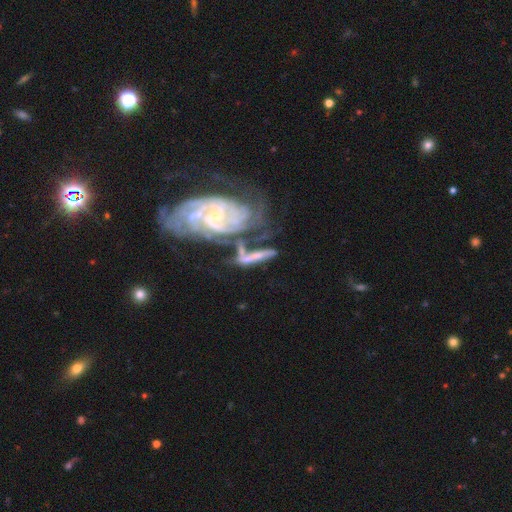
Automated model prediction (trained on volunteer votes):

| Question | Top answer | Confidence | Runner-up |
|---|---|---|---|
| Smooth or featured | featured or disk | 72% | smooth (20%) |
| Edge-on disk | no | 83% | yes (17%) |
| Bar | no | 48% | weak (31%) |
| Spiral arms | yes | 85% | no (15%) |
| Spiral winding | tight | 44% | medium (35%) |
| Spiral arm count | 2 | 47% | can't tell (27%) |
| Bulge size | small | 56% | moderate (29%) |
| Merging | merger | 47% | none (24%) |